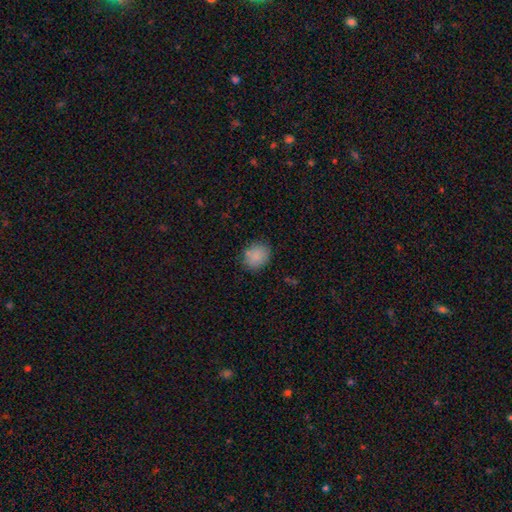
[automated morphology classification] The model was most divided on "how rounded": round: 67%, in between: 32%, cigar-shaped: 1%. More confident: smooth or featured — smooth (86%); merging — none (82%).